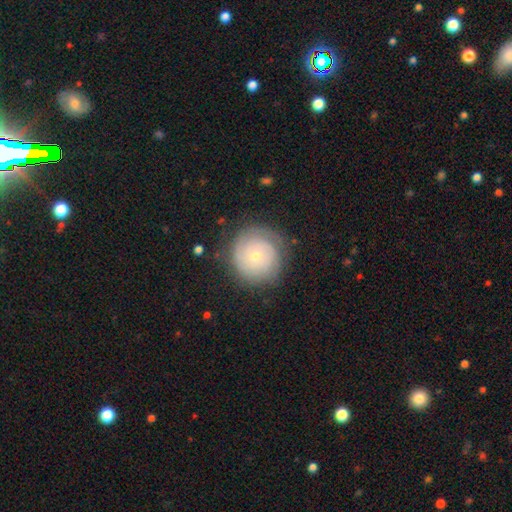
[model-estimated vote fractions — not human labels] A featured or disk galaxy (61%) with no bar (86%), spiral arms (82%) and a small central bulge (65%).

Vote fractions:
- Smooth or featured? featured or disk: 61% / smooth: 32% / star or artifact: 8%
- Edge-on disk? no: 97% / yes: 3%
- Bar? no: 86% / weak: 12% / strong: 2%
- Spiral arms? yes: 82% / no: 18%
- Bulge size? small: 65% / moderate: 32% / large: 2% / none: 1% / dominant: 1%
- Merging? none: 78% / minor disturbance: 15% / major disturbance: 6% / merger: 1%